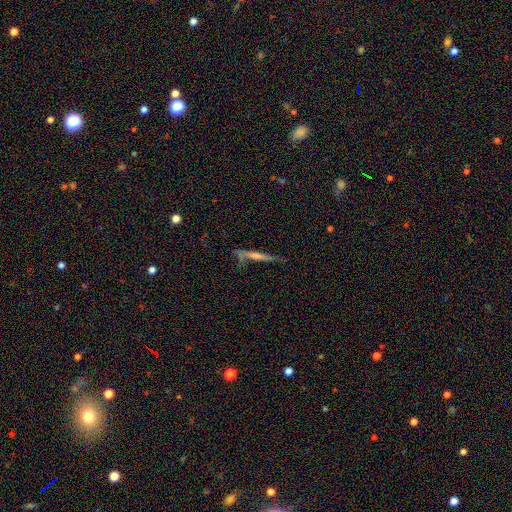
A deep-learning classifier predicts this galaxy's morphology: Overall: featured or disk (52%; smooth 28%). Edge-on disk: yes (85%). Merging: none (74%).